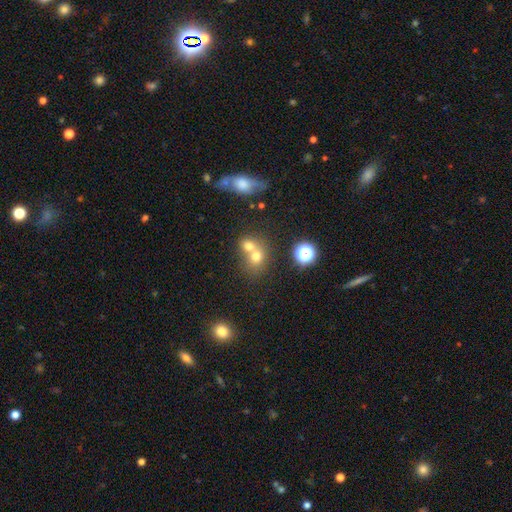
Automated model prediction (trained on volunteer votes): Smooth or featured? smooth (68%)
How rounded? round (70%)
Merging? merger (59%)